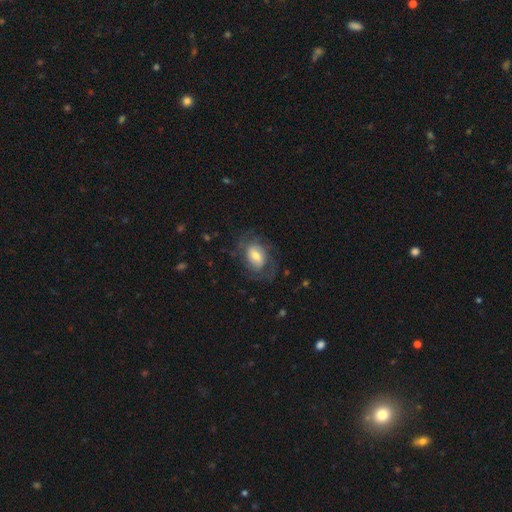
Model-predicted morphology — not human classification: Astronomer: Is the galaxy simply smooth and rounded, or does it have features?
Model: smooth — 47% (runner-up: featured or disk, 45%).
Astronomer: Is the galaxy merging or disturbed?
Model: none — 59%.